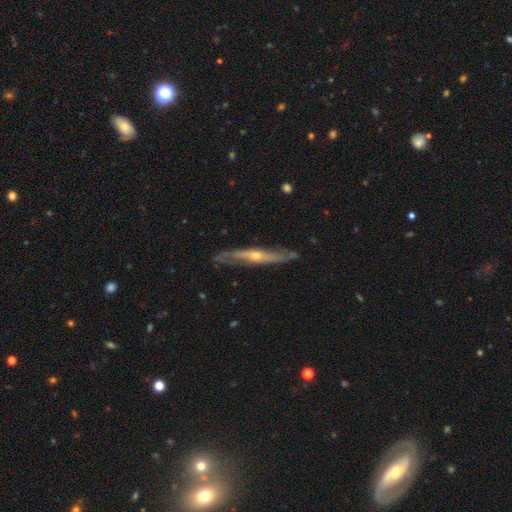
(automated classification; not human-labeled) This appears to be a featured or disk galaxy (81%) viewed edge-on (80%) with a rounded central bulge (83%). Merging: none (77%).